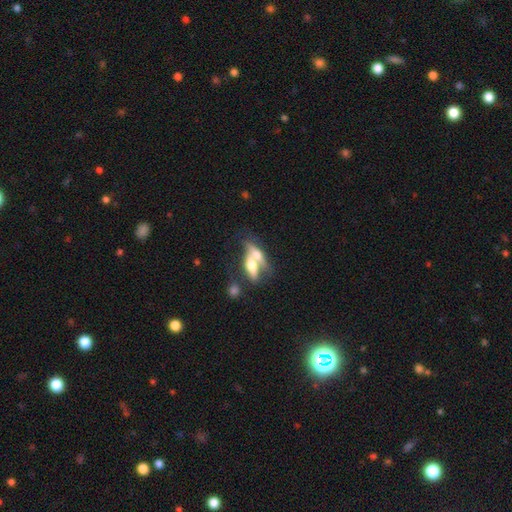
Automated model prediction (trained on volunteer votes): This appears to be a featured or disk galaxy (48%). Merging: merger (60%).